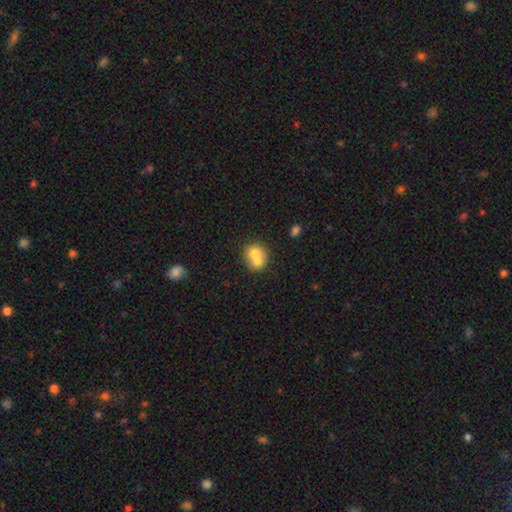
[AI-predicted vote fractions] The model was most divided on "merging": merger: 65%, none: 27%, minor disturbance: 6%, major disturbance: 3%. More confident: how rounded — round (72%); smooth or featured — smooth (68%).